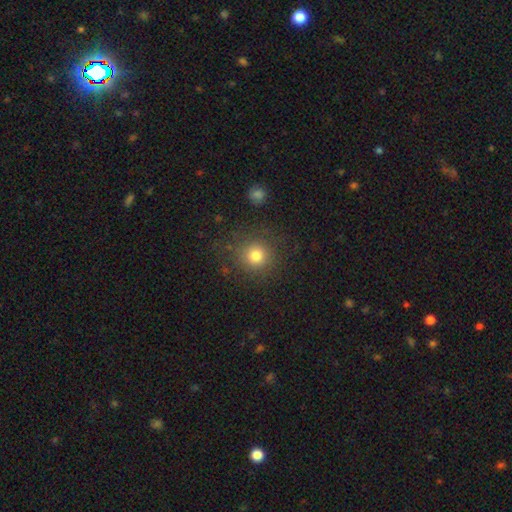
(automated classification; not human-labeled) Smooth or featured? smooth (78%)
How rounded? round (91%)
Merging? none (83%)